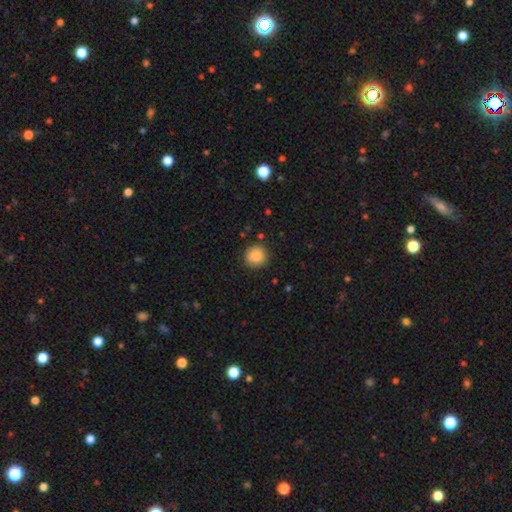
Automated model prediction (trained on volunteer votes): smooth 88%, star or artifact 9%, featured or disk 3%. Down the decision tree: how rounded — round (91%); merging — none (87%).